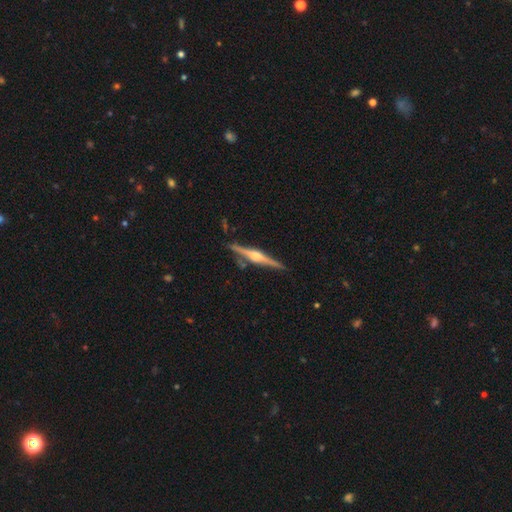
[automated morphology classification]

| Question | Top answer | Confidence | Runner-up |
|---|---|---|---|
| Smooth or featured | featured or disk | 83% | smooth (12%) |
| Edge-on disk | yes | 98% | no (2%) |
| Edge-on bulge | rounded | 89% | boxy (8%) |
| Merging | none | 87% | minor disturbance (9%) |